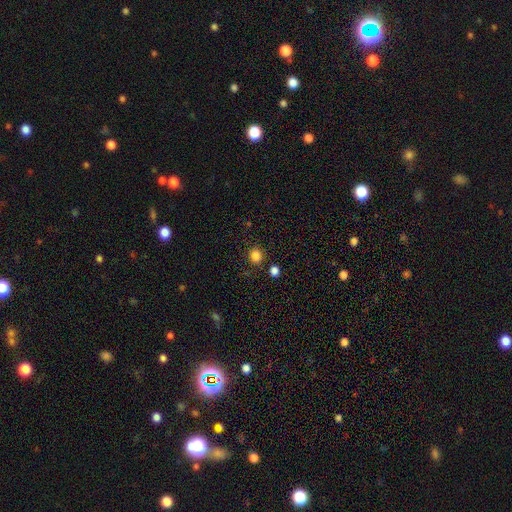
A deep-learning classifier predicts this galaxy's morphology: smooth-or-featured: smooth: 84% | star or artifact: 12% | featured or disk: 4%
  how-rounded: round: 84% | in between: 15% | cigar-shaped: 1%
  merging: none: 85% | minor disturbance: 8% | merger: 4% | major disturbance: 3%